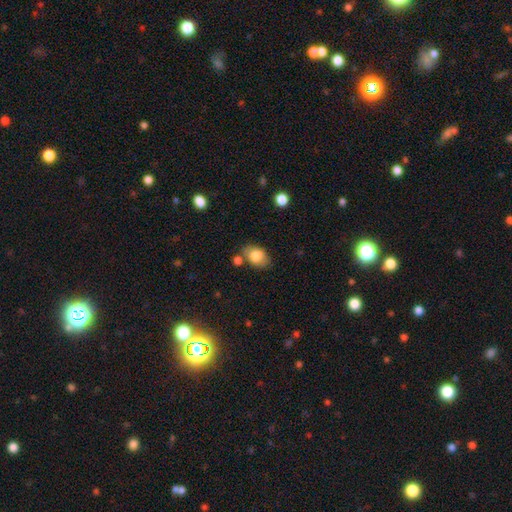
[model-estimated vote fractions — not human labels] A smooth galaxy with no disk features (80%) that is in between round and cigar-shaped (84%).

Vote fractions:
- Smooth or featured? smooth: 80% / featured or disk: 12% / star or artifact: 8%
- How rounded? in between: 84% / round: 14% / cigar-shaped: 1%
- Merging? none: 69% / minor disturbance: 17% / merger: 10% / major disturbance: 4%